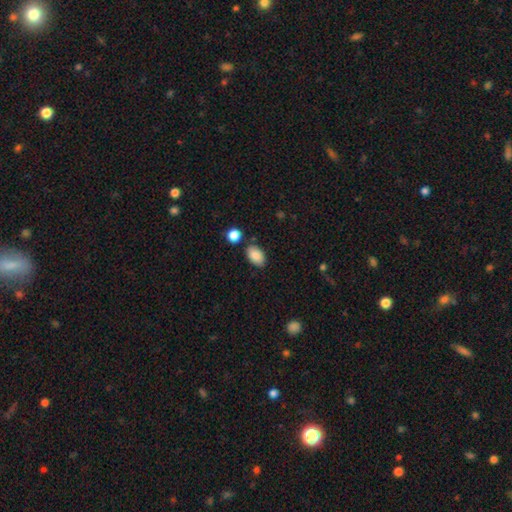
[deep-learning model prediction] Overall: smooth (88%). How rounded: in between (91%). Merging: none (79%).